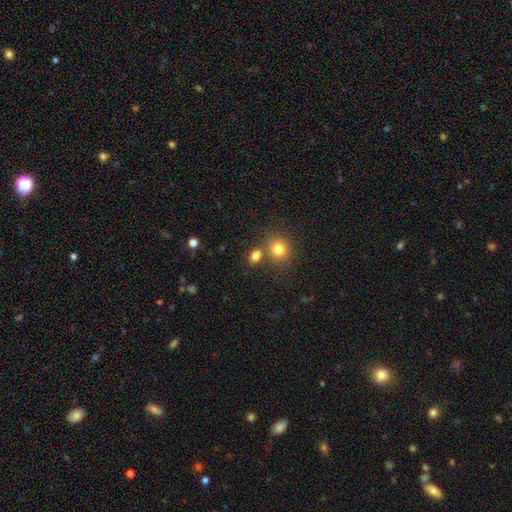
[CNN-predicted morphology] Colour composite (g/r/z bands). It shows a smooth galaxy with no disk features (80%) that is round (53%). Merging: none (62%).